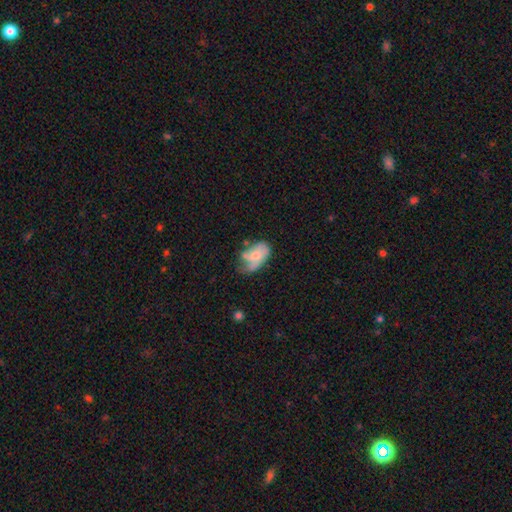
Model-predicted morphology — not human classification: Q: Smooth or featured?
A: featured or disk (47%); runner-up: smooth (45%)
Q: Merging?
A: minor disturbance (32%); runner-up: none (30%)